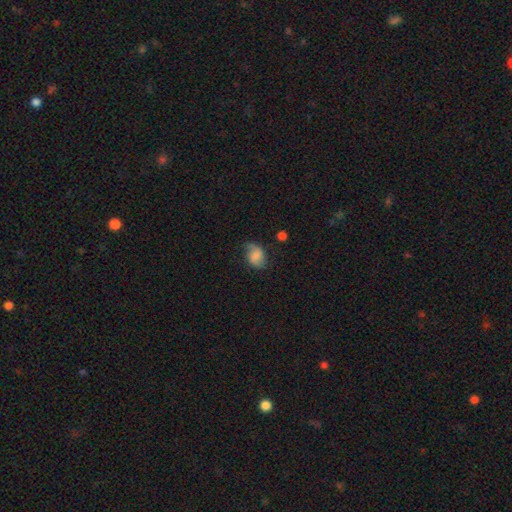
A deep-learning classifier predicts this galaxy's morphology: smooth_or_featured: smooth (p=0.63) [alt: featured or disk p=0.28]
how_rounded: in between (p=0.74) [alt: round p=0.24]
merging: none (p=0.55) [alt: minor disturbance p=0.31]